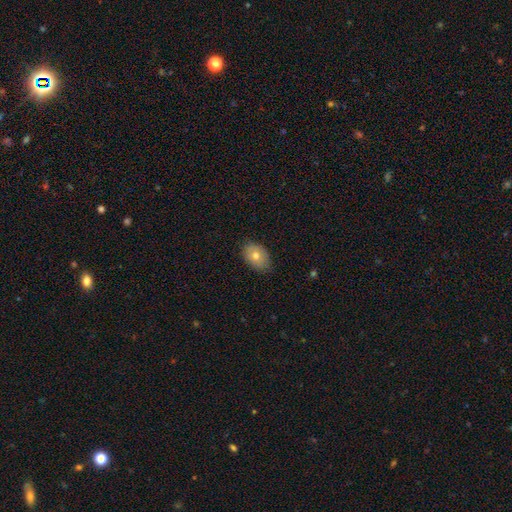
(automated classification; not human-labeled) This appears to be a smooth galaxy with no disk features (71%) that is in between round and cigar-shaped (81%). Merging: none (80%).